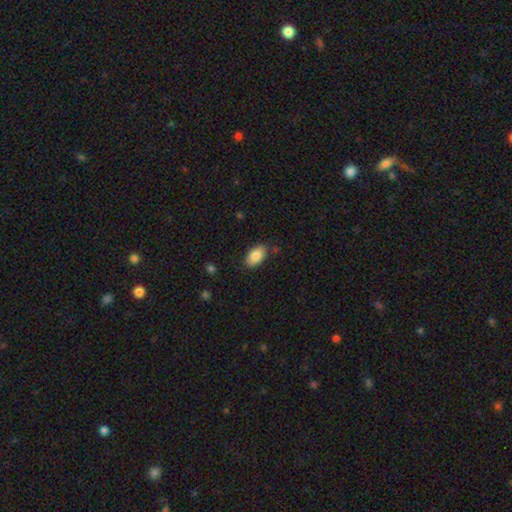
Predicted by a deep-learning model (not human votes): A smooth galaxy with no disk features (83%) that is in between round and cigar-shaped (93%).

Vote fractions:
- Smooth or featured? smooth: 83% / featured or disk: 10% / star or artifact: 7%
- How rounded? in between: 93% / round: 5% / cigar-shaped: 2%
- Merging? none: 82% / minor disturbance: 13% / major disturbance: 2% / merger: 2%